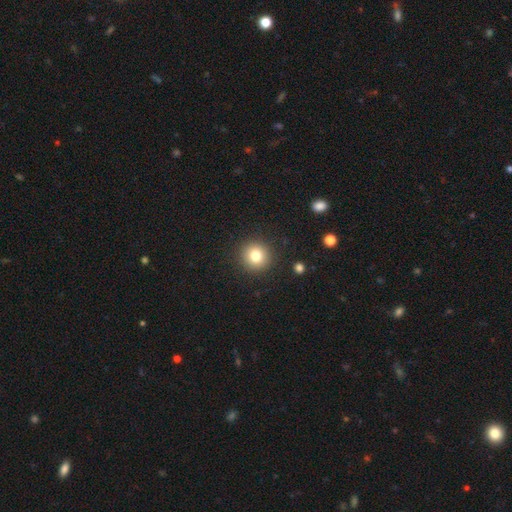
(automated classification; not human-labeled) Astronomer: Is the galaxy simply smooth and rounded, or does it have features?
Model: smooth — 80%.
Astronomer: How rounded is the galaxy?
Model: round — 94%.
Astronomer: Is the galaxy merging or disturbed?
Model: none — 91%.